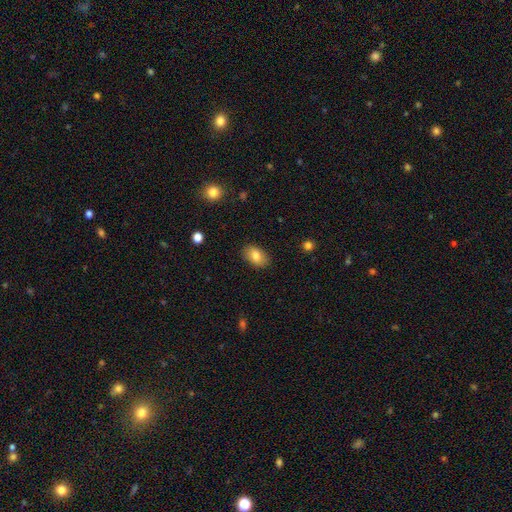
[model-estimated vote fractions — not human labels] Smooth or featured?
  - smooth: 82% *
  - featured or disk: 10%
  - star or artifact: 8%
How rounded?
  - in between: 88% *
  - round: 11%
  - cigar-shaped: 1%
Merging?
  - none: 86% *
  - minor disturbance: 10%
  - major disturbance: 2%
  - merger: 1%